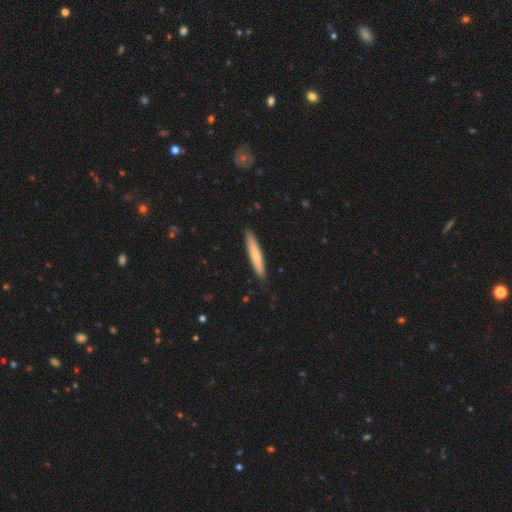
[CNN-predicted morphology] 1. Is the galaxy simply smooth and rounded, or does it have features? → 68% smooth, 27% featured or disk, 5% star or artifact.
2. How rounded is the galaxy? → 92% cigar-shaped, 6% in between, 1% round.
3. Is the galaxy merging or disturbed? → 88% none, 10% minor disturbance, 1% major disturbance, 1% merger.